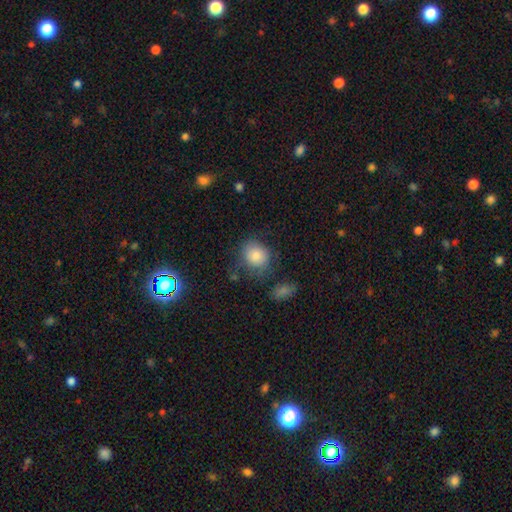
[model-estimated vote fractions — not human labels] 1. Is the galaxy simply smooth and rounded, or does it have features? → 80% smooth, 12% star or artifact, 9% featured or disk.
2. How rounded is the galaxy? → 71% round, 28% in between, 1% cigar-shaped.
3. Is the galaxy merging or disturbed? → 68% none, 20% minor disturbance, 7% major disturbance, 5% merger.